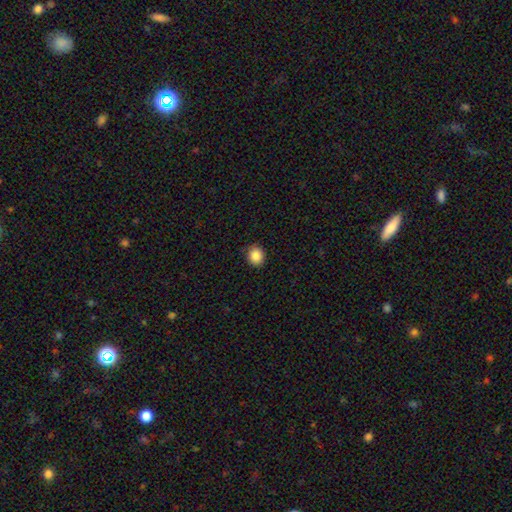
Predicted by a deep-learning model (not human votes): Q: Smooth or featured?
A: smooth (86%); runner-up: star or artifact (10%)
Q: How rounded?
A: round (83%); runner-up: in between (17%)
Q: Merging?
A: none (87%); runner-up: minor disturbance (10%)